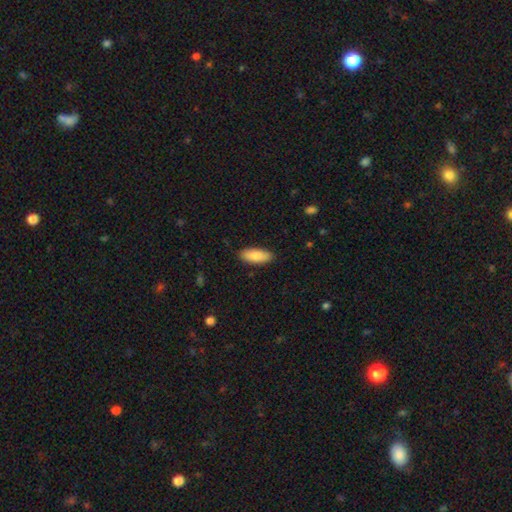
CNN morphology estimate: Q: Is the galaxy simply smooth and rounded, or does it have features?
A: smooth — 86%.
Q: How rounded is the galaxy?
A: in between — 78%.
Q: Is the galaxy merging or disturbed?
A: none — 88%.